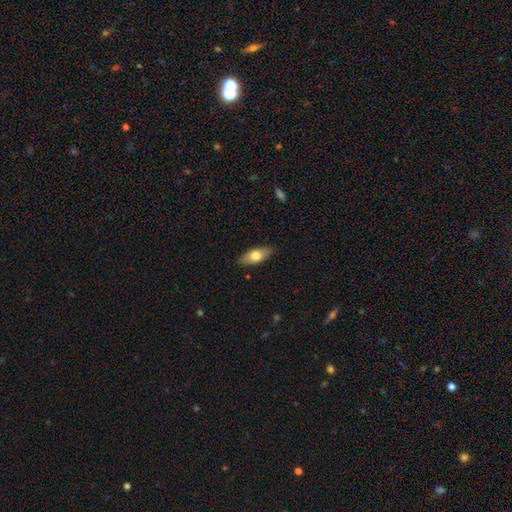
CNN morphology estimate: smooth 70%, featured or disk 24%, star or artifact 6%. Down the decision tree: how rounded — in between (79%); merging — none (87%).